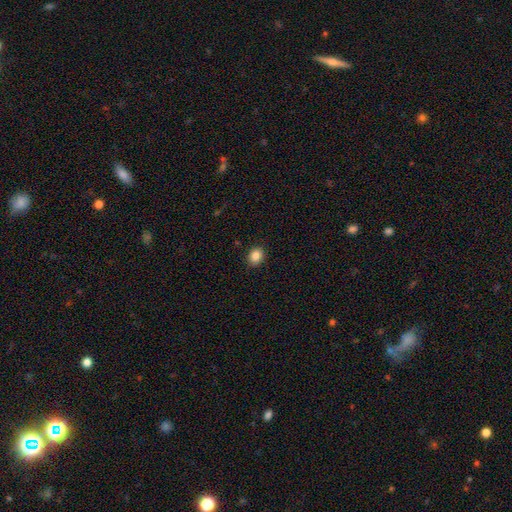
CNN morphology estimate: The model was most divided on "how rounded": round: 52%, in between: 47%, cigar-shaped: 1%. More confident: merging — none (89%); smooth or featured — smooth (86%).